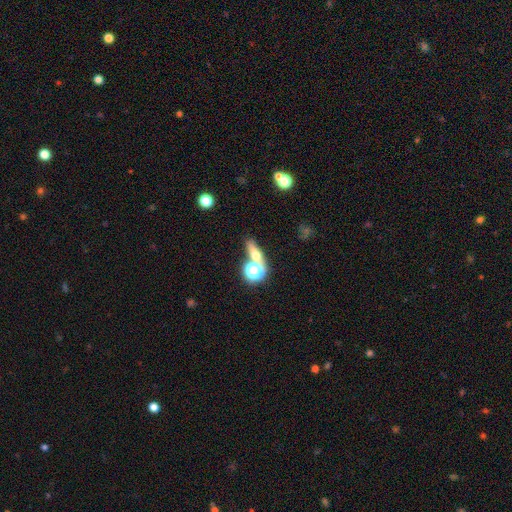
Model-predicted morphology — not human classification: Smooth or featured?
  - smooth: 55% *
  - star or artifact: 23%
  - featured or disk: 22%
How rounded?
  - in between: 41% *
  - round: 32%
  - cigar-shaped: 27%
Merging?
  - none: 58% *
  - merger: 26%
  - minor disturbance: 11%
  - major disturbance: 6%